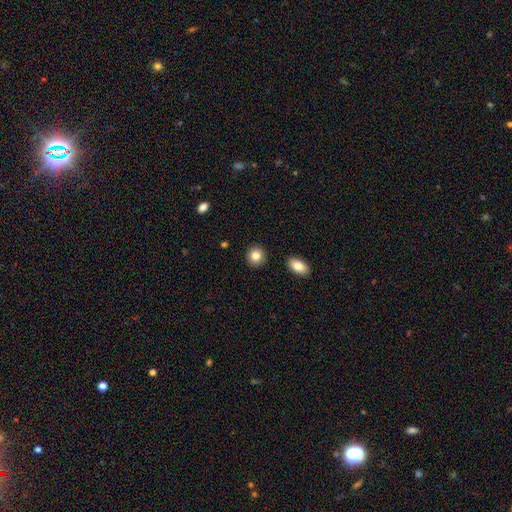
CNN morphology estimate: Smooth or featured? smooth (84%)
How rounded? round (84%)
Merging? none (90%)